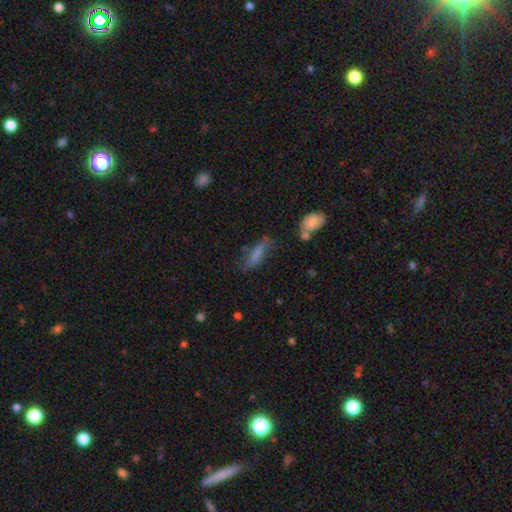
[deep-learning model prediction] Q: Smooth or featured?
A: smooth (65%); runner-up: featured or disk (22%)
Q: How rounded?
A: cigar-shaped (52%); runner-up: in between (45%)
Q: Merging?
A: none (53%); runner-up: minor disturbance (25%)